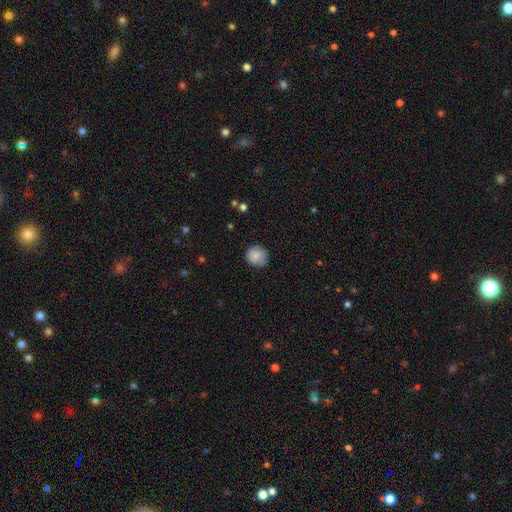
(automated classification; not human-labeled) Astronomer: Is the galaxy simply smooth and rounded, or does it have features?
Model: smooth — 83%.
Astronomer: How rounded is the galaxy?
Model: round — 90%.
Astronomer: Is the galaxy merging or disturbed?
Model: none — 79%.